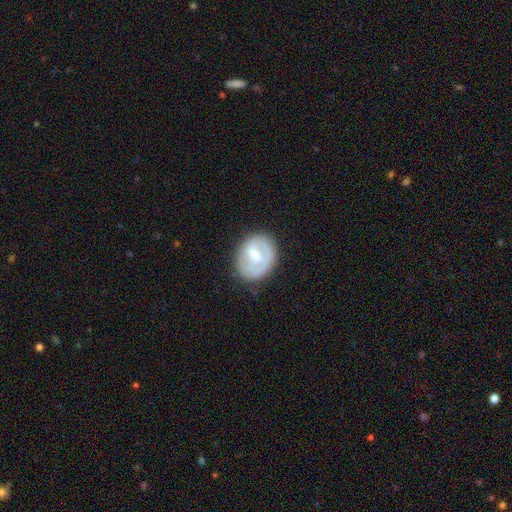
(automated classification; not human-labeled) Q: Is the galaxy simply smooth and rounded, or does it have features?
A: featured or disk — 56%.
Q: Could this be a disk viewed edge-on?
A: no — 96%.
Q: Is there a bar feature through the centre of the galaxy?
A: weak — 49%.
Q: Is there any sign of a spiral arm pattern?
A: yes — 52%.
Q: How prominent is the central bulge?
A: moderate — 55%.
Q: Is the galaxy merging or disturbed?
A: none — 70%.